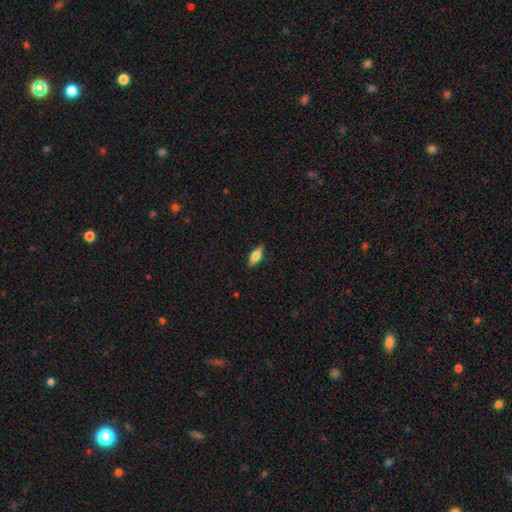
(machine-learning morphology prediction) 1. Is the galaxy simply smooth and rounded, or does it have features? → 59% smooth, 34% featured or disk, 7% star or artifact.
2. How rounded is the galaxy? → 68% in between, 29% cigar-shaped, 3% round.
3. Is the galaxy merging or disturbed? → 88% none, 9% minor disturbance, 2% major disturbance, 1% merger.